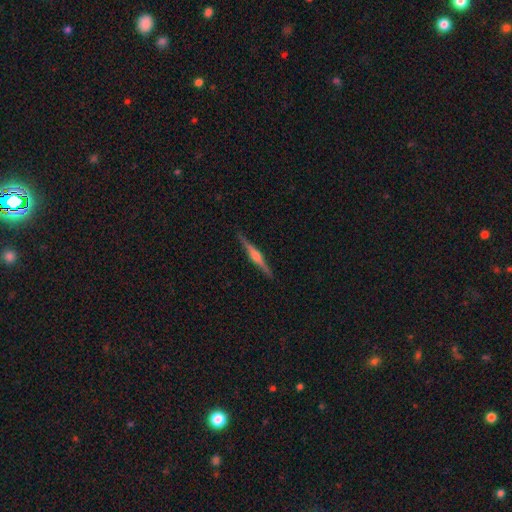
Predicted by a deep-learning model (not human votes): Overall: featured or disk (79%). Edge-on disk: yes (98%). Edge-on bulge: rounded (85%). Merging: none (91%).